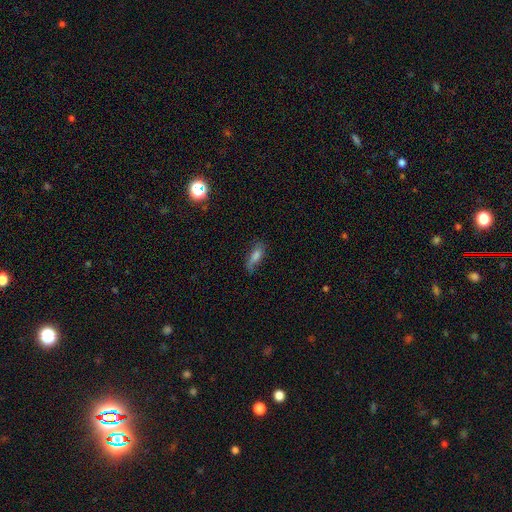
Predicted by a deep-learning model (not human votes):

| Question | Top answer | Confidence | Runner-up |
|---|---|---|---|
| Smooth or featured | smooth | 65% | featured or disk (23%) |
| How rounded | in between | 62% | cigar-shaped (34%) |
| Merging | none | 59% | minor disturbance (28%) |